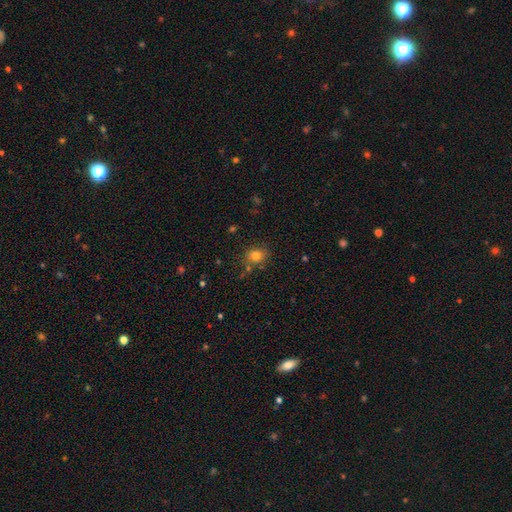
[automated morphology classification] A smooth galaxy with no disk features (79%) that is round (66%).

Vote fractions:
- Smooth or featured? smooth: 79% / star or artifact: 13% / featured or disk: 7%
- How rounded? round: 66% / in between: 33% / cigar-shaped: 1%
- Merging? none: 75% / minor disturbance: 15% / merger: 6% / major disturbance: 4%